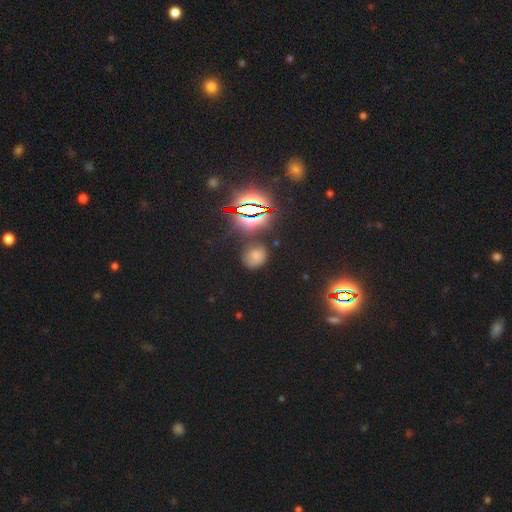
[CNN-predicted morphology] smooth 52%, star or artifact 39%, featured or disk 9%. Down the decision tree: how rounded — round (61%); merging — none (68%).